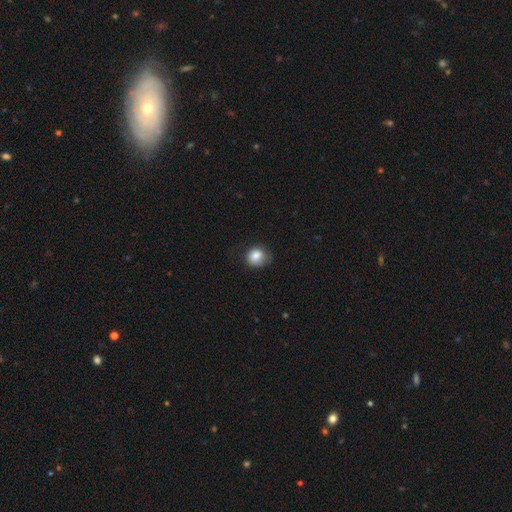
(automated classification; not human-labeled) Q: Smooth or featured?
A: smooth (84%); runner-up: star or artifact (9%)
Q: How rounded?
A: round (76%); runner-up: in between (23%)
Q: Merging?
A: none (67%); runner-up: minor disturbance (25%)